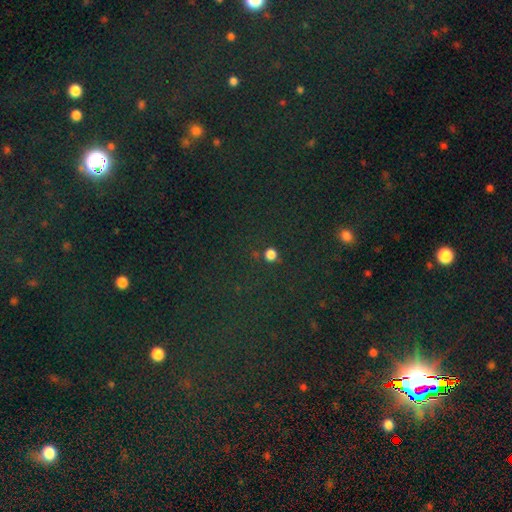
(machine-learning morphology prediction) A star or artifact, not a galaxy (77%).

Vote fractions:
- Smooth or featured? star or artifact: 77% / smooth: 16% / featured or disk: 8%